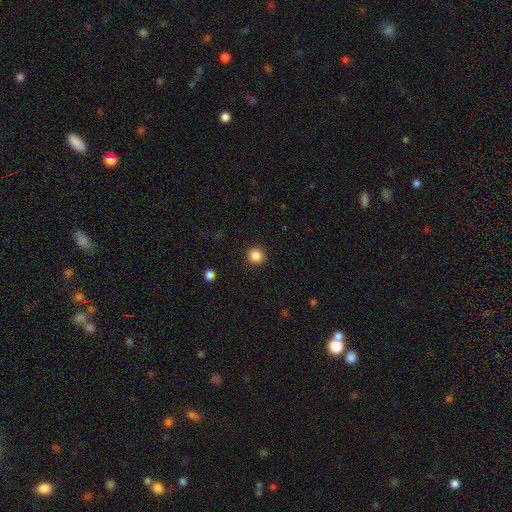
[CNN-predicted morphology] Q: Smooth or featured?
A: smooth (86%); runner-up: star or artifact (10%)
Q: How rounded?
A: round (88%); runner-up: in between (11%)
Q: Merging?
A: none (91%); runner-up: minor disturbance (6%)